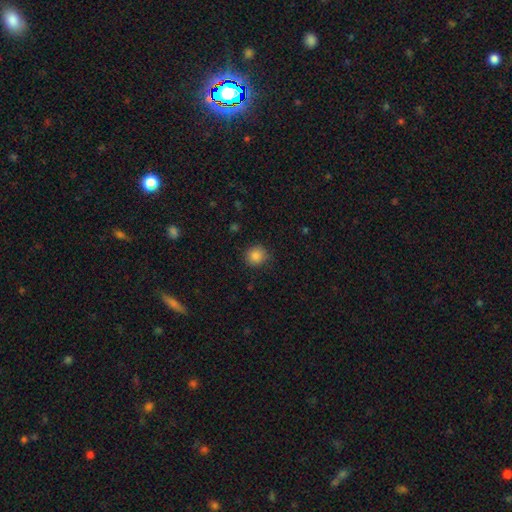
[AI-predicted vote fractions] Smooth or featured?
  - smooth: 86% *
  - star or artifact: 10%
  - featured or disk: 4%
How rounded?
  - round: 90% *
  - in between: 9%
  - cigar-shaped: 1%
Merging?
  - none: 87% *
  - minor disturbance: 9%
  - major disturbance: 3%
  - merger: 1%